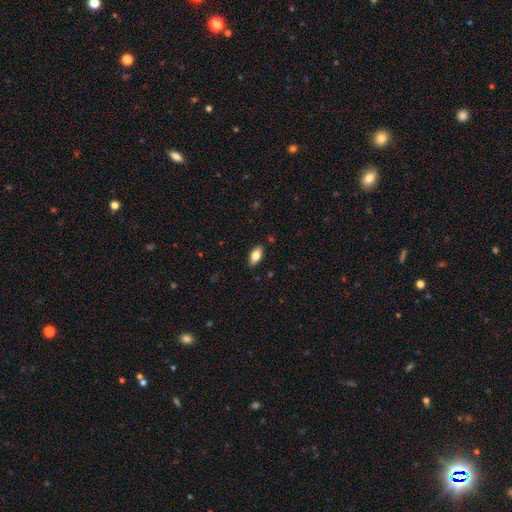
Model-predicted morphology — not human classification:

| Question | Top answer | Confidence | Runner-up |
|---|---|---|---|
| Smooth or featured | smooth | 78% | featured or disk (15%) |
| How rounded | in between | 90% | cigar-shaped (8%) |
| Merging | none | 87% | minor disturbance (9%) |